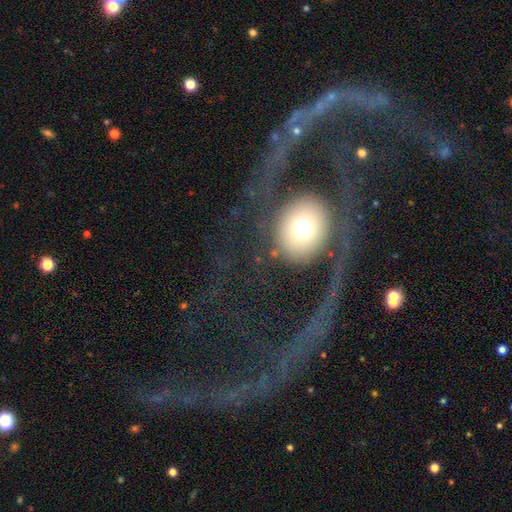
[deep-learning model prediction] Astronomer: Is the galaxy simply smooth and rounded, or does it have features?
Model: featured or disk — 88%.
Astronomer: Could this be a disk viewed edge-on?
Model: no — 96%.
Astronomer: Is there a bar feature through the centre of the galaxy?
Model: no — 65%.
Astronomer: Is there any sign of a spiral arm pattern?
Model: yes — 90%.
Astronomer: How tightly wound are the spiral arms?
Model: loose — 59%.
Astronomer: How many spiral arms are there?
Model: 2 — 92%.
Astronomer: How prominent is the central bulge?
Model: moderate — 45% (runner-up: small, 27%).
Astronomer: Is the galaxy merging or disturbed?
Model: none — 64%.